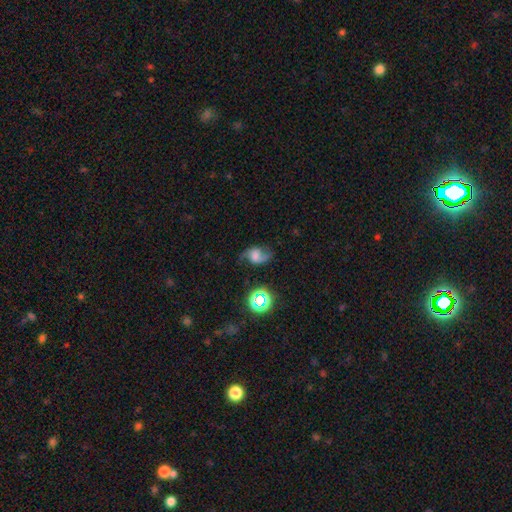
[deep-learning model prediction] Smooth or featured: featured or disk — 67% (smooth — 20%)
Edge-on disk: no — 97% (yes — 3%)
Bar: no — 55% (weak — 36%)
Spiral arms: yes — 94% (no — 6%)
Spiral winding: loose — 60% (medium — 32%)
Spiral arm count: 2 — 82% (1 — 11%)
Bulge size: none — 29% (moderate — 25%)
Merging: none — 59% (minor disturbance — 23%)